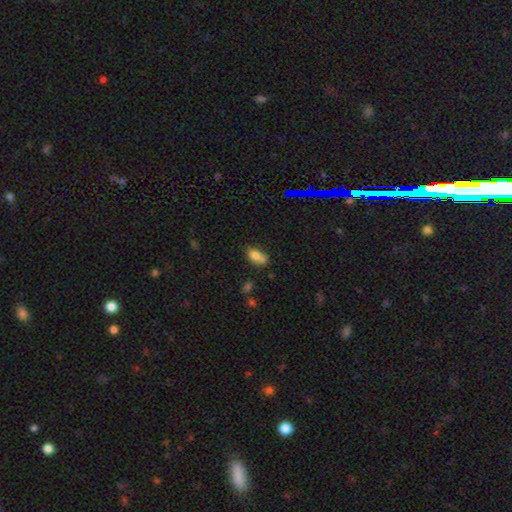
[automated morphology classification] This is likely a smooth galaxy (74%). How rounded: likely in between (78%). Merging: marginally merger (38%).